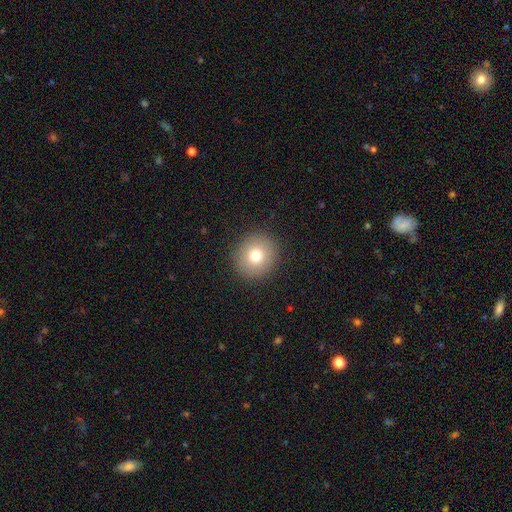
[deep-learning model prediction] The model was most divided on "smooth or featured": smooth: 76%, featured or disk: 13%, star or artifact: 12%. More confident: how rounded — round (92%); merging — none (91%).